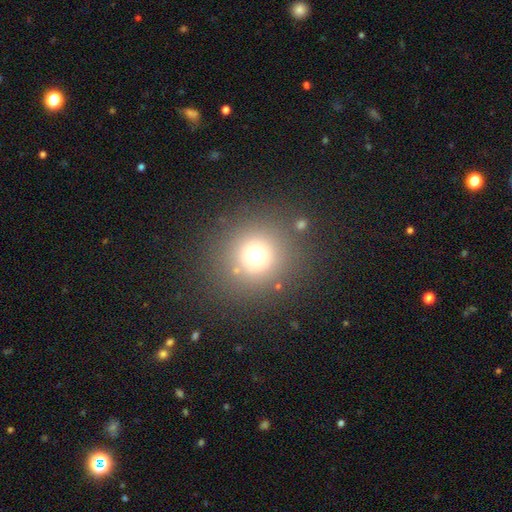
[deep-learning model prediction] A smooth galaxy with no disk features (68%) that is round (94%). Merging: none (84%).